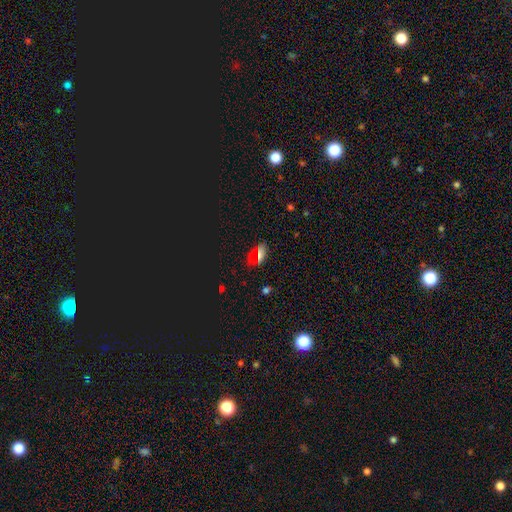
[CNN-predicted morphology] The model was most divided on "smooth or featured": smooth: 58%, star or artifact: 35%, featured or disk: 8%. More confident: merging — none (82%); how rounded — in between (79%).